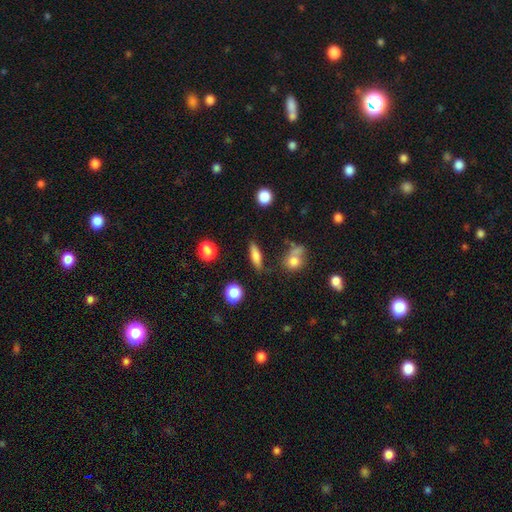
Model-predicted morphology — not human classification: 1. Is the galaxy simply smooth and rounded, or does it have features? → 71% smooth, 19% featured or disk, 10% star or artifact.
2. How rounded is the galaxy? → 52% cigar-shaped, 42% in between, 6% round.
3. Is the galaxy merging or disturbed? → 76% none, 14% minor disturbance, 5% merger, 5% major disturbance.